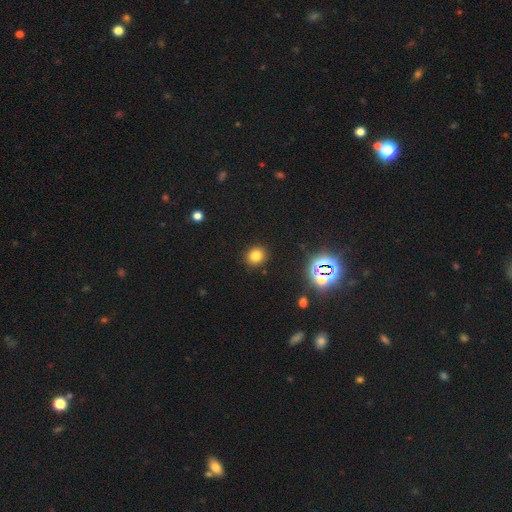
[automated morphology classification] Q: Smooth or featured?
A: smooth (76%); runner-up: star or artifact (17%)
Q: How rounded?
A: round (86%); runner-up: in between (13%)
Q: Merging?
A: none (91%); runner-up: minor disturbance (6%)